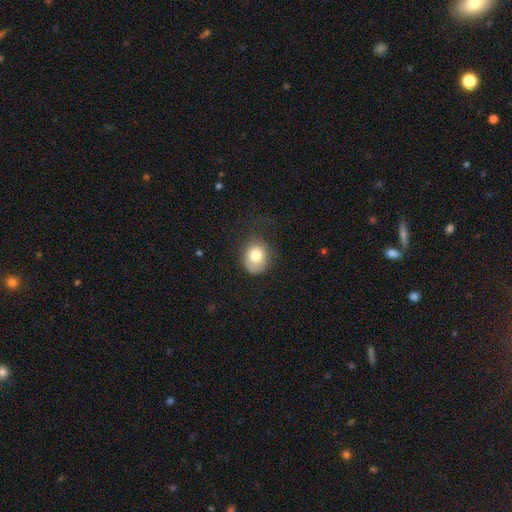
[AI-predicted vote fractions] This appears to be a smooth galaxy with no disk features (79%) that is round (66%). Merging: none (58%).